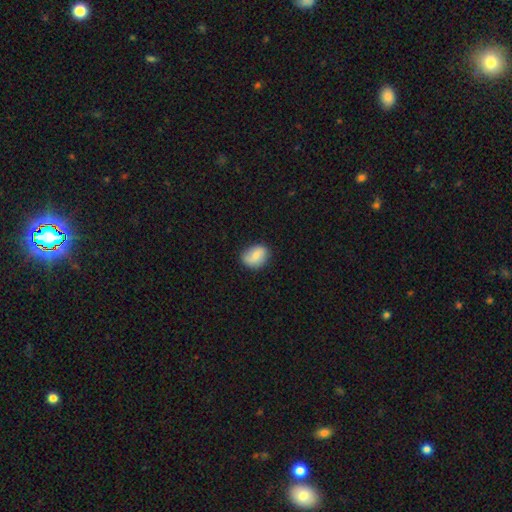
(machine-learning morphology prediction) The model was most divided on "how rounded": in between: 55%, round: 43%, cigar-shaped: 1%. More confident: merging — none (77%); smooth or featured — smooth (68%).